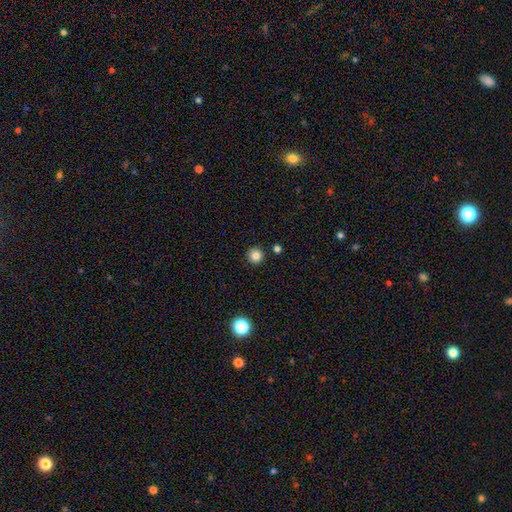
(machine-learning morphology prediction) A smooth galaxy with no disk features (82%) that is round (96%).

Vote fractions:
- Smooth or featured? smooth: 82% / star or artifact: 12% / featured or disk: 6%
- How rounded? round: 96% / in between: 3% / cigar-shaped: 1%
- Merging? none: 91% / minor disturbance: 5% / merger: 3% / major disturbance: 2%